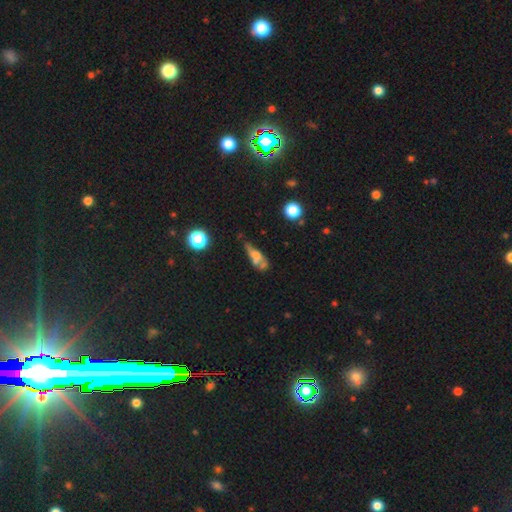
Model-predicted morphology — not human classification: Q: Smooth or featured?
A: smooth (48%); runner-up: featured or disk (39%)
Q: Merging?
A: merger (33%); runner-up: none (32%)